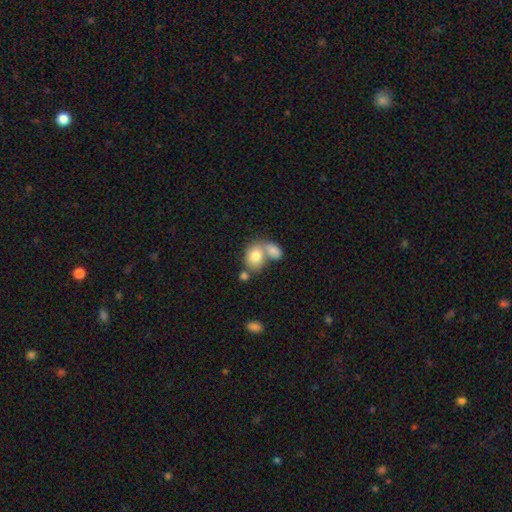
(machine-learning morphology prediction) smooth_or_featured: smooth (p=0.78) [alt: featured or disk p=0.14]
how_rounded: in between (p=0.57) [alt: round p=0.41]
merging: merger (p=0.56) [alt: none p=0.30]